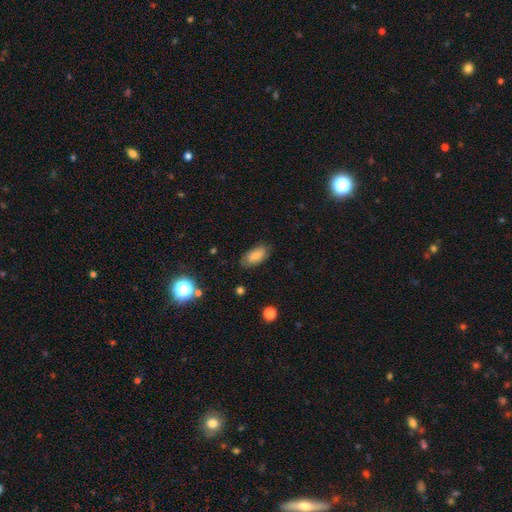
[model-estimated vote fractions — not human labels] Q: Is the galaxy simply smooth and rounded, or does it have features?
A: smooth — 75%.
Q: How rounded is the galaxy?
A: in between — 93%.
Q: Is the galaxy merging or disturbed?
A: none — 78%.